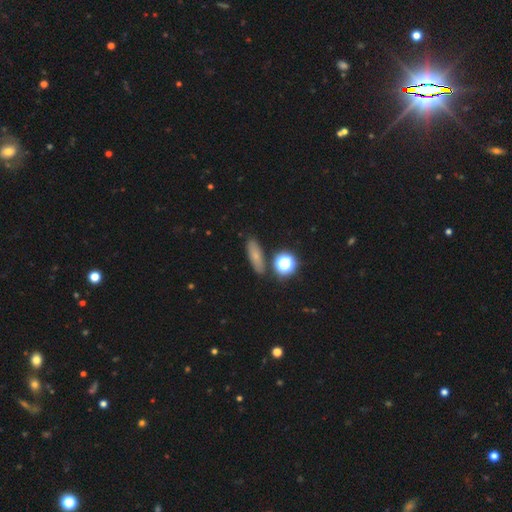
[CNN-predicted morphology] Q: Smooth or featured?
A: smooth (64%); runner-up: star or artifact (19%)
Q: How rounded?
A: cigar-shaped (46%); runner-up: in between (41%)
Q: Merging?
A: none (82%); runner-up: minor disturbance (10%)